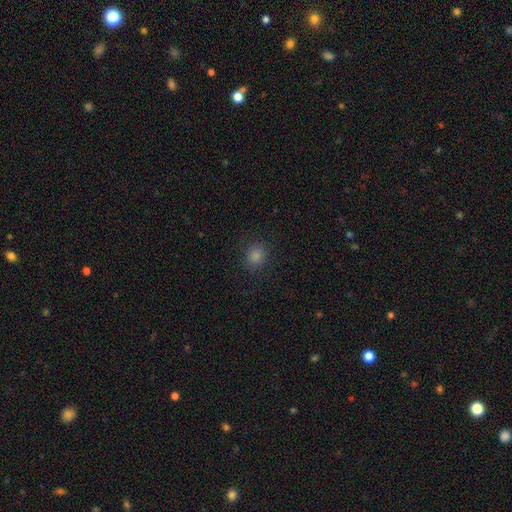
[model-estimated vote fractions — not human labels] smooth 76%, star or artifact 18%, featured or disk 6%. Down the decision tree: how rounded — round (80%); merging — none (87%).